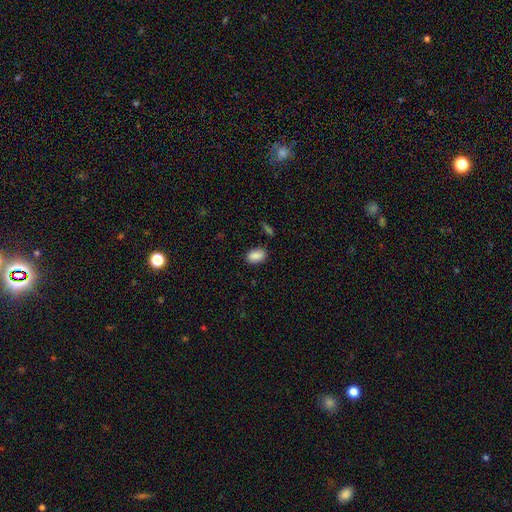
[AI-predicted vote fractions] smooth 89%, star or artifact 7%, featured or disk 4%. Down the decision tree: how rounded — in between (91%); merging — none (83%).